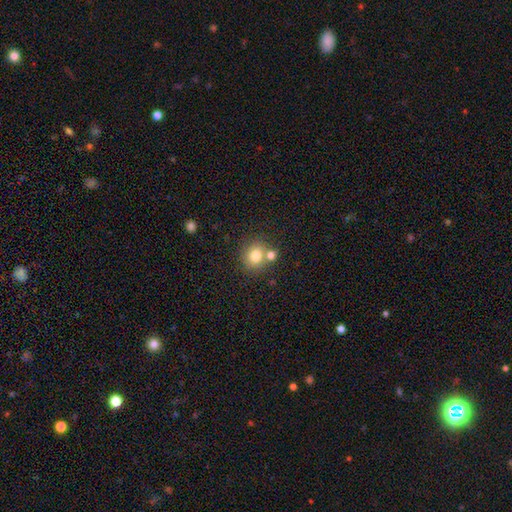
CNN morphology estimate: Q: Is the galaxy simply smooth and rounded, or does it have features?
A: smooth — 78%.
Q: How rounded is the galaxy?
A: round — 83%.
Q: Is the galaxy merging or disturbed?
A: none — 61%.